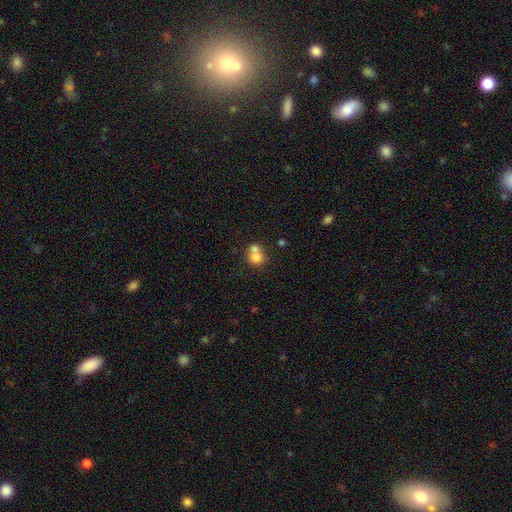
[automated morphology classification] A smooth galaxy with no disk features (75%) that is round (80%). Merging: merger (57%).